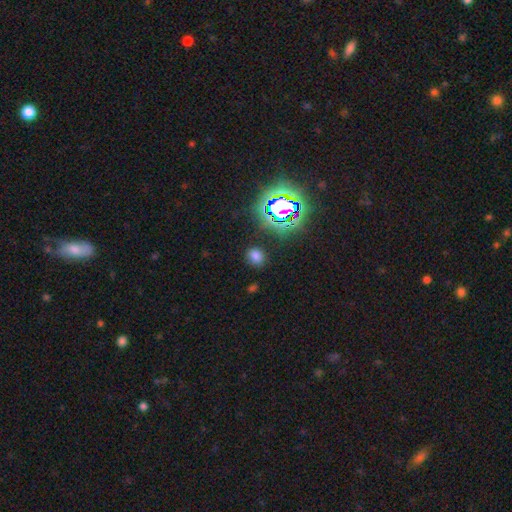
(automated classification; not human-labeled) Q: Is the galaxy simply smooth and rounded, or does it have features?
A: smooth — 67%.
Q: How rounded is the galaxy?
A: round — 58%.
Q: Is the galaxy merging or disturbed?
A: none — 85%.